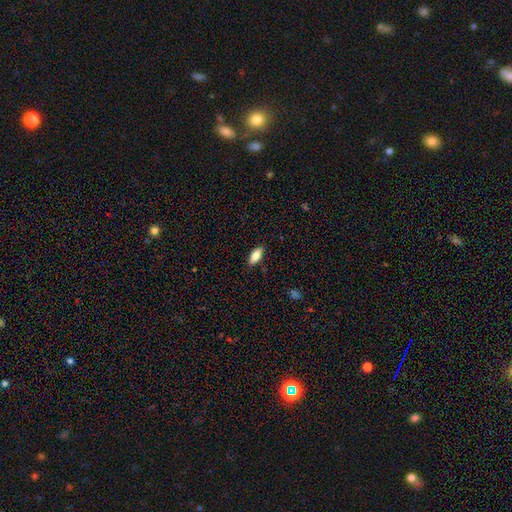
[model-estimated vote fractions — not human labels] Smooth or featured? smooth (79%)
How rounded? in between (82%)
Merging? none (88%)